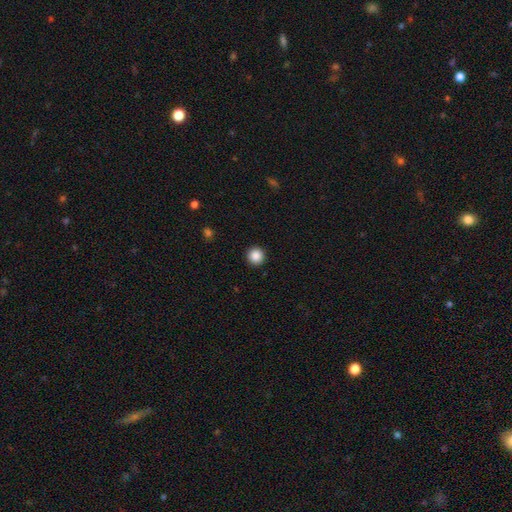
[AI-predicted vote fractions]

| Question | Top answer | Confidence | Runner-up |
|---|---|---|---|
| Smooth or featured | smooth | 87% | star or artifact (10%) |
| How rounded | round | 95% | in between (4%) |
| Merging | none | 93% | minor disturbance (4%) |